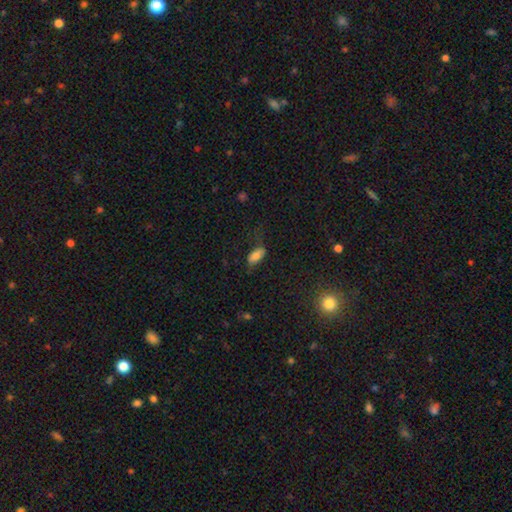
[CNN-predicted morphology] smooth 78%, featured or disk 13%, star or artifact 8%. Down the decision tree: how rounded — in between (87%); merging — none (60%).